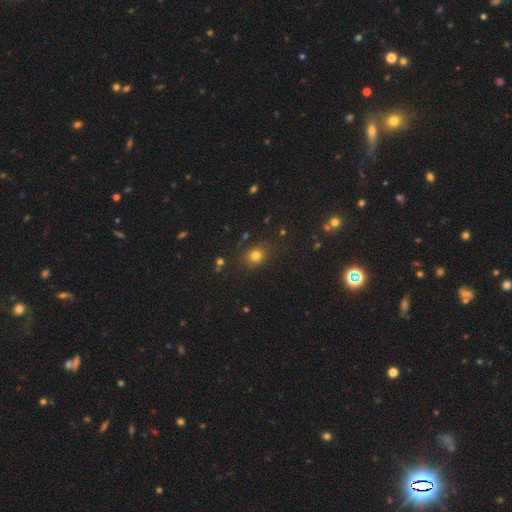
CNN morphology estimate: Smooth or featured? Predicted: smooth (p=0.76). How rounded? Predicted: round (p=0.62). Merging? Predicted: none (p=0.79).